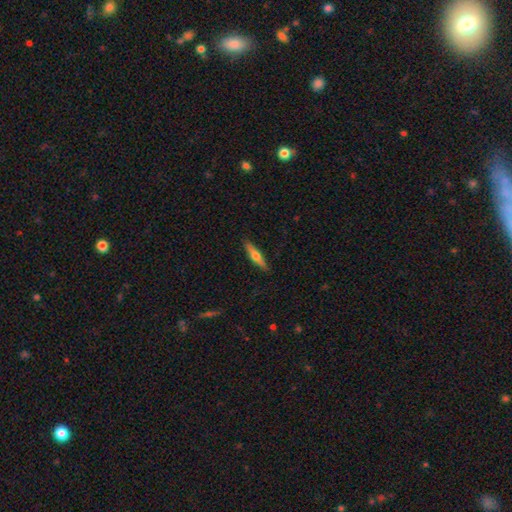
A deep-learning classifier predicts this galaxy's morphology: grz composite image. It shows a featured or disk galaxy (50%). Merging: none (89%).